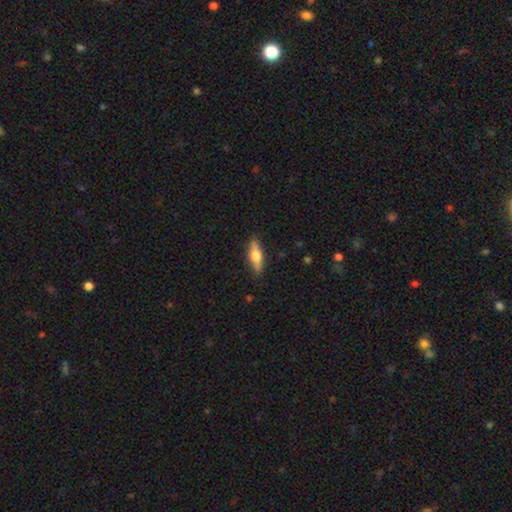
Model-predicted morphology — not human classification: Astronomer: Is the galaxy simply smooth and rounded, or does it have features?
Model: featured or disk — 53% (runner-up: smooth, 41%).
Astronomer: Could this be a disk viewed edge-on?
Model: yes — 93%.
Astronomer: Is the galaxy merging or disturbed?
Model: none — 88%.